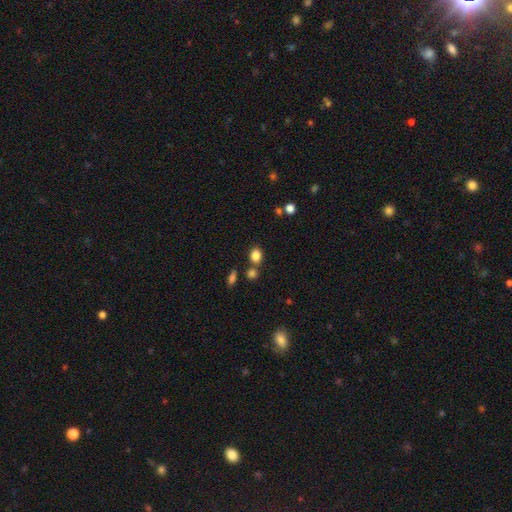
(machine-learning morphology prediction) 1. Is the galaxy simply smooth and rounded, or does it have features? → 84% smooth, 11% star or artifact, 5% featured or disk.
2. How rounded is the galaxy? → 50% round, 49% in between, 1% cigar-shaped.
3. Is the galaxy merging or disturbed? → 68% none, 16% merger, 12% minor disturbance, 4% major disturbance.